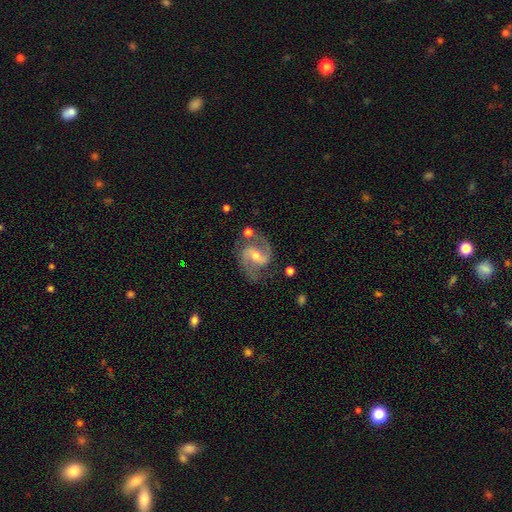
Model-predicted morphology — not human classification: Overall: featured or disk (88%). Edge-on disk: no (98%). Bar: weak (46%; strong 32%). Spiral arms: yes (97%). Spiral arm count: 2 (93%). Spiral winding: medium (61%; loose 24%). Bulge size: moderate (57%; small 38%). Merging: none (73%).